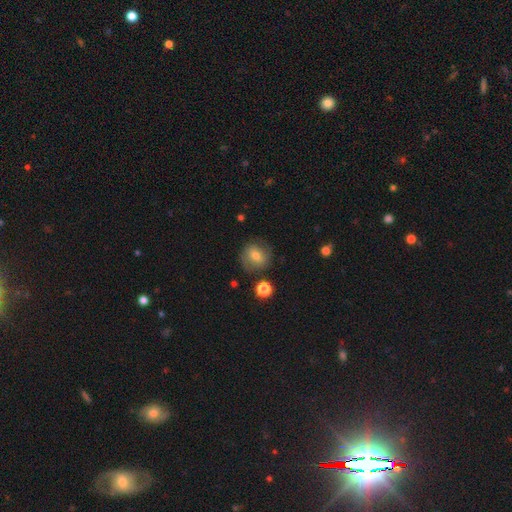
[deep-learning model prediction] The model was most divided on "smooth or featured": smooth: 60%, featured or disk: 30%, star or artifact: 10%. More confident: how rounded — round (80%); merging — none (76%).